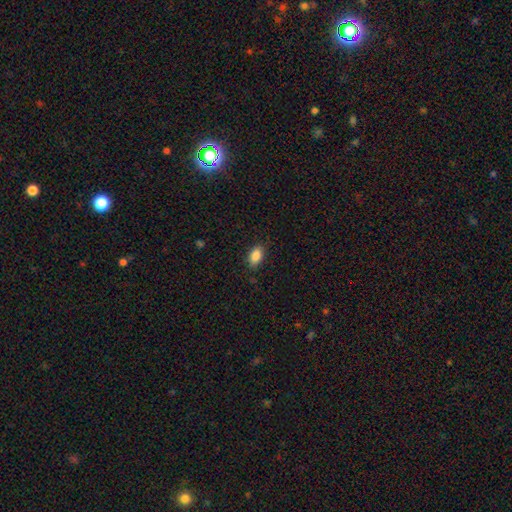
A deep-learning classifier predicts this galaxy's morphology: smooth 87%, star or artifact 8%, featured or disk 4%. Down the decision tree: how rounded — in between (90%); merging — none (85%).